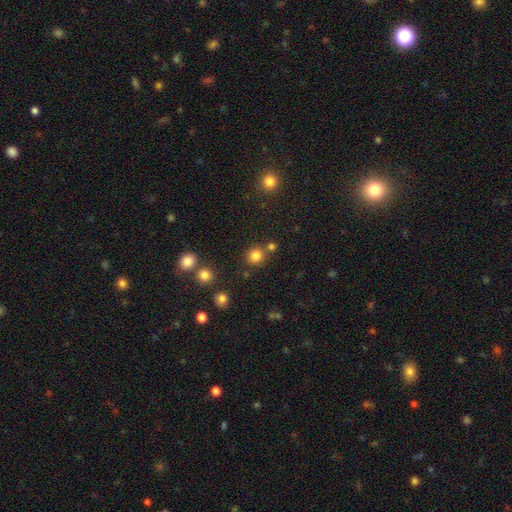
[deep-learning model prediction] Smooth or featured? Predicted: smooth (p=0.80). How rounded? Predicted: round (p=0.91). Merging? Predicted: none (p=0.77).